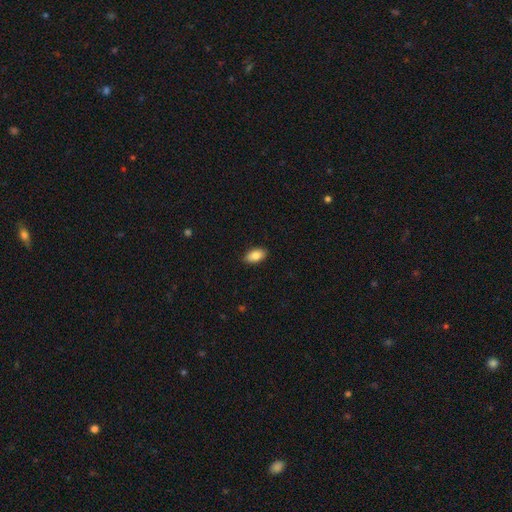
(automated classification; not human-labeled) Smooth or featured?
  - smooth: 85% *
  - featured or disk: 8%
  - star or artifact: 7%
How rounded?
  - in between: 93% *
  - round: 4%
  - cigar-shaped: 3%
Merging?
  - none: 88% *
  - minor disturbance: 9%
  - major disturbance: 2%
  - merger: 1%